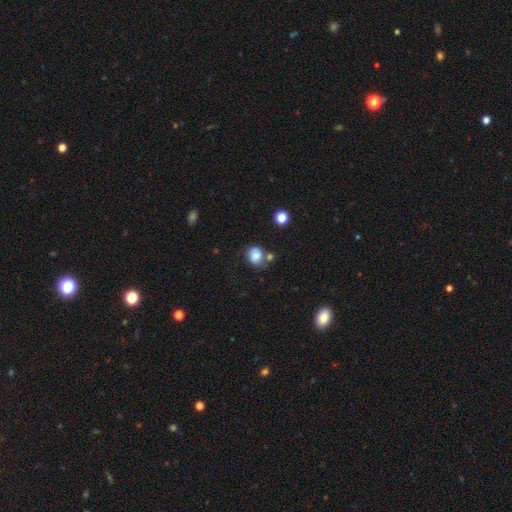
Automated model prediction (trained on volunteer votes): This appears to be a smooth galaxy with no disk features (74%) that is round (64%). Merging: none (55%).